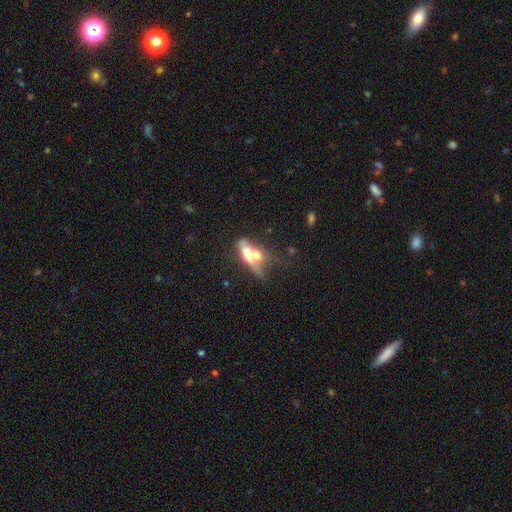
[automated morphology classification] Q: Smooth or featured?
A: smooth (52%); runner-up: featured or disk (39%)
Q: How rounded?
A: in between (56%); runner-up: cigar-shaped (32%)
Q: Merging?
A: merger (62%); runner-up: none (18%)